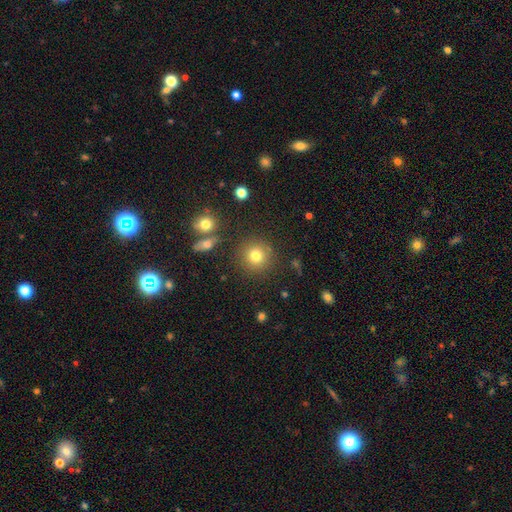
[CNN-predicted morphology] type=smooth (78%); roundness=round (93%); merging=none (85%).